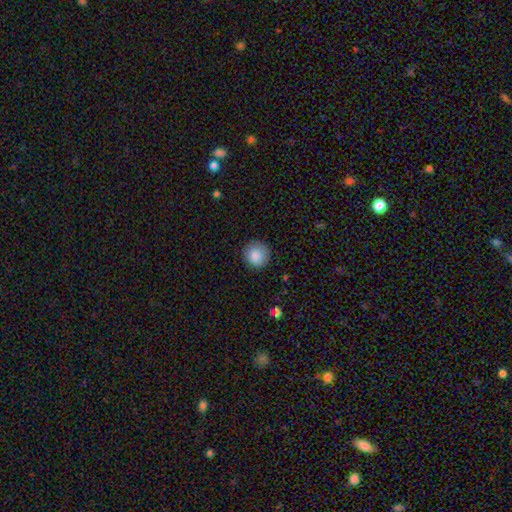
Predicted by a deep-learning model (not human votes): smooth-or-featured: smooth: 87% | star or artifact: 8% | featured or disk: 5%
  how-rounded: round: 93% | in between: 6% | cigar-shaped: 1%
  merging: none: 86% | minor disturbance: 11% | major disturbance: 3% | merger: 1%